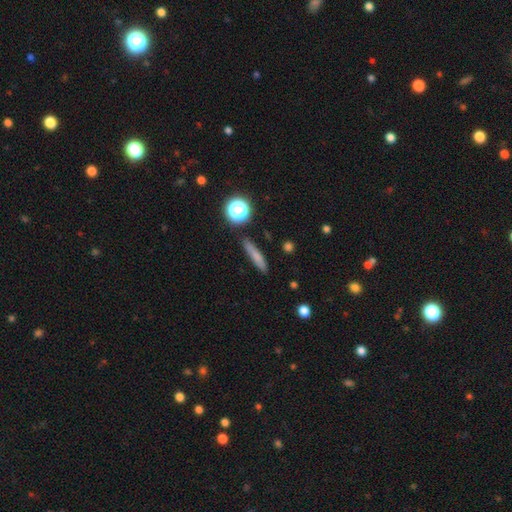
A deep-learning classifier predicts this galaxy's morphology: Smooth or featured? smooth (71%)
How rounded? cigar-shaped (84%)
Merging? none (86%)